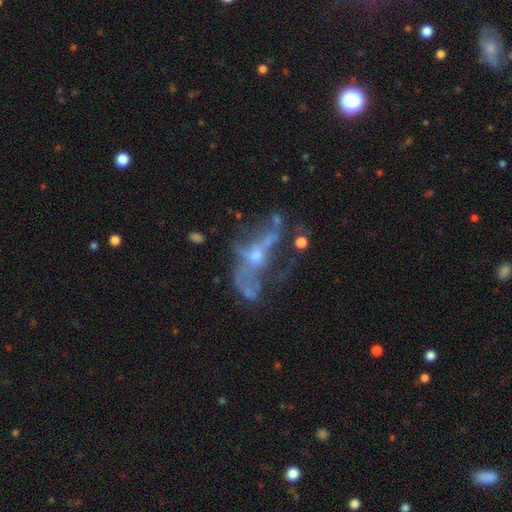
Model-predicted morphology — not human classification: A featured or disk galaxy (72%) with no bar (69%), no spiral arms (58%) and a small central bulge (55%). Merging: none (35%, tied with major disturbance).